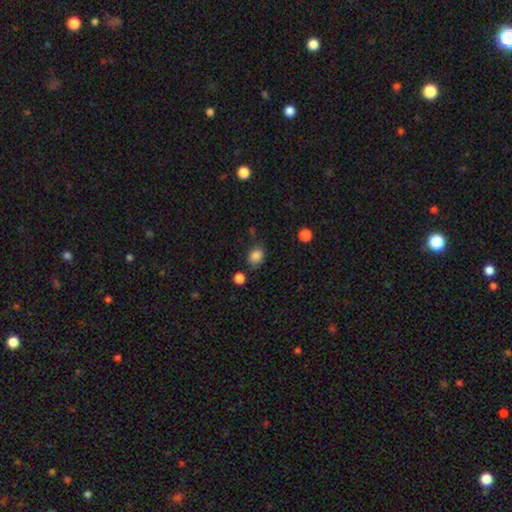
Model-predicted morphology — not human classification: This appears to be a smooth galaxy with no disk features (85%) that is in between round and cigar-shaped (51%). Merging: none (72%).